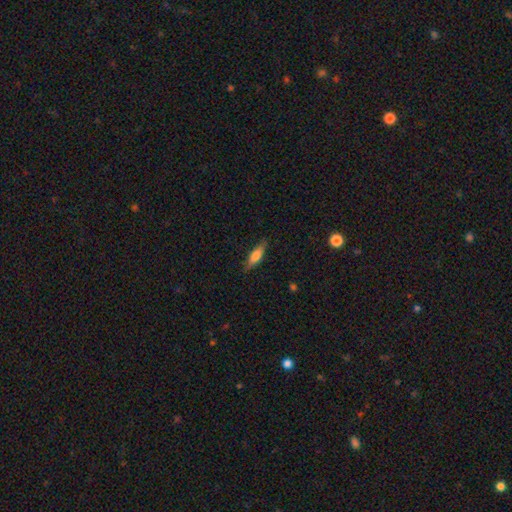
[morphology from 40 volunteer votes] Smooth or featured? smooth (78%)
How rounded? cigar-shaped (65%)
Merging? none (74%)